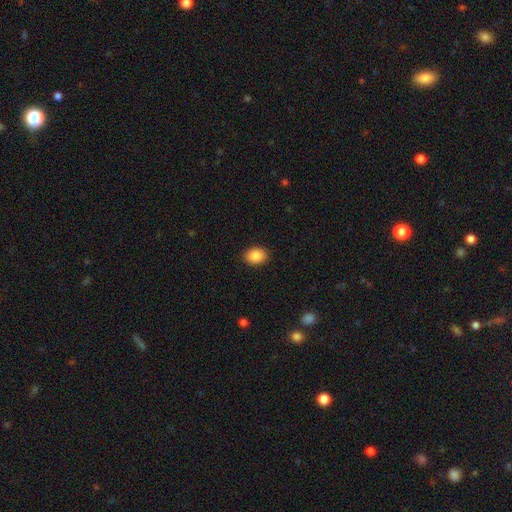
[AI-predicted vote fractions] A smooth galaxy with no disk features (88%) that is in between round and cigar-shaped (67%).

Vote fractions:
- Smooth or featured? smooth: 88% / star or artifact: 8% / featured or disk: 4%
- How rounded? in between: 67% / round: 32% / cigar-shaped: 1%
- Merging? none: 89% / minor disturbance: 8% / major disturbance: 2% / merger: 1%